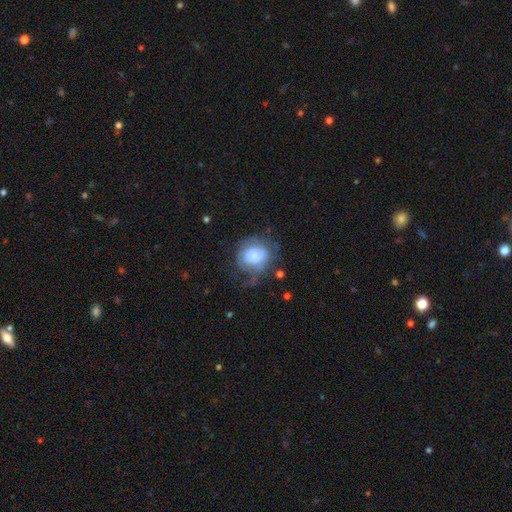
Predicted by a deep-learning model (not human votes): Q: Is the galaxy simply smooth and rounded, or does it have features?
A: smooth — 51%.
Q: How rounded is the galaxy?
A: round — 66%.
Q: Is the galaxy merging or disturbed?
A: none — 36%.